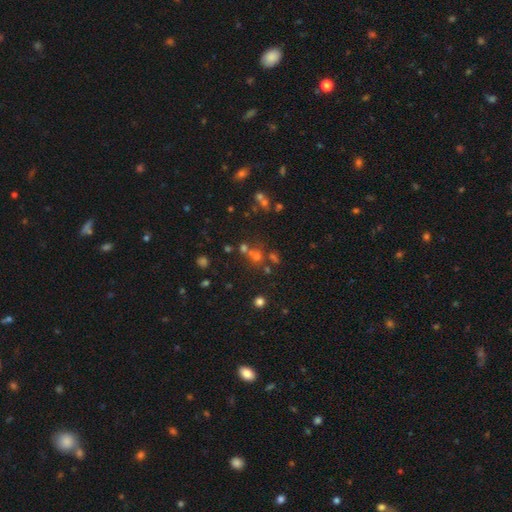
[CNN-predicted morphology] A star or artifact, not a galaxy (42%).

Vote fractions:
- Smooth or featured? star or artifact: 42% / smooth: 41% / featured or disk: 16%